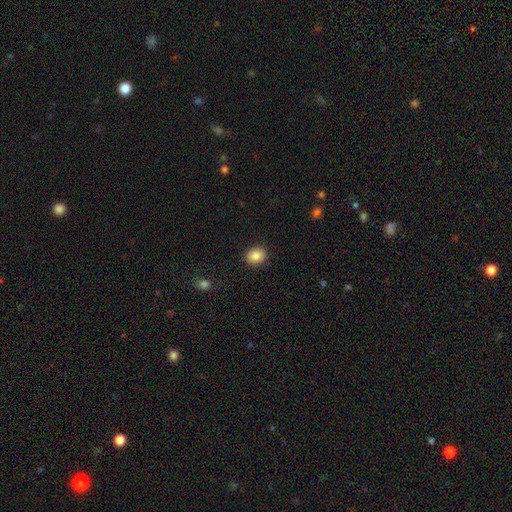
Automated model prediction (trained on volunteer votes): Overall: smooth (86%). How rounded: round (55%; in between 44%). Merging: none (89%).